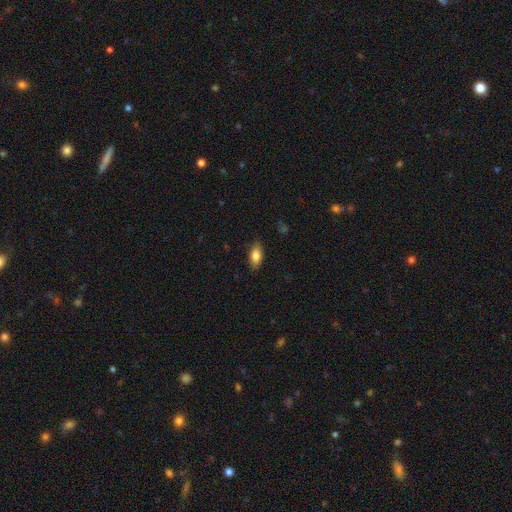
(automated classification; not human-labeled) Smooth or featured? Predicted: smooth (p=0.84). How rounded? Predicted: in between (p=0.88). Merging? Predicted: none (p=0.86).